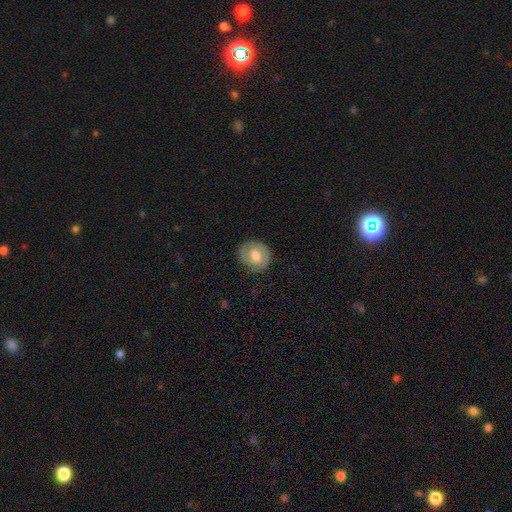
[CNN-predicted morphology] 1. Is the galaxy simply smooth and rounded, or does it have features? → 62% smooth, 31% featured or disk, 7% star or artifact.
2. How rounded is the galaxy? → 72% round, 27% in between, 1% cigar-shaped.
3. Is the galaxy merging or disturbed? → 84% none, 12% minor disturbance, 3% major disturbance, 1% merger.